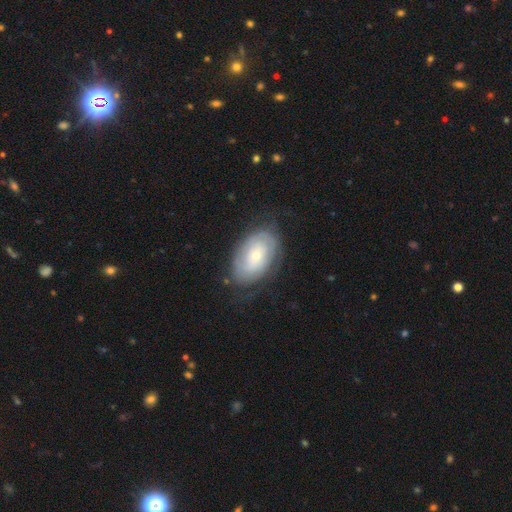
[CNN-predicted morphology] Overall: featured or disk (56%; smooth 38%). Edge-on disk: no (94%). Bar: no (78%). Spiral arms: yes (72%). Bulge size: small (56%; moderate 38%). Merging: none (69%).